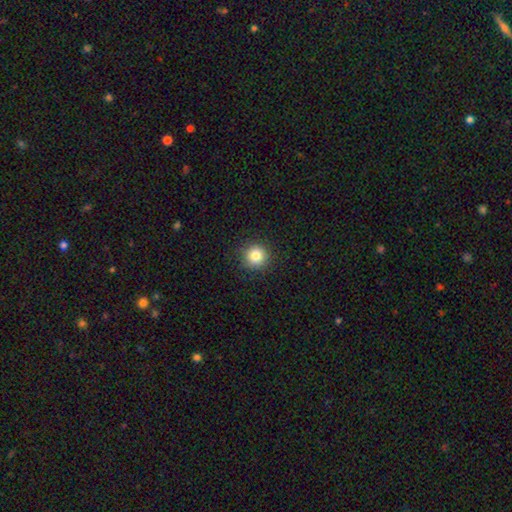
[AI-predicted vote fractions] A smooth galaxy with no disk features (83%) that is round (95%).

Vote fractions:
- Smooth or featured? smooth: 83% / star or artifact: 11% / featured or disk: 6%
- How rounded? round: 95% / in between: 4% / cigar-shaped: 1%
- Merging? none: 91% / minor disturbance: 6% / major disturbance: 2% / merger: 1%